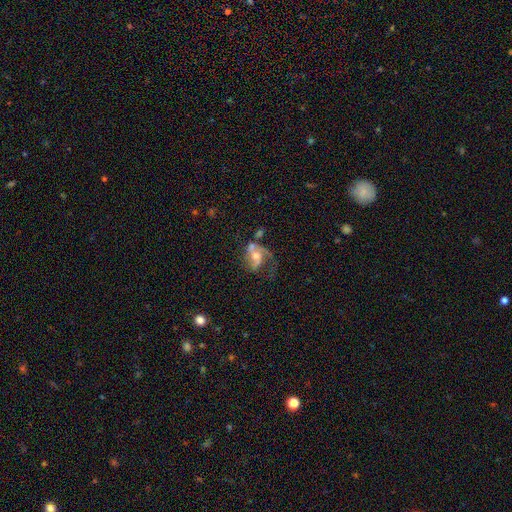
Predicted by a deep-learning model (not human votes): Q: Smooth or featured?
A: featured or disk (70%); runner-up: smooth (20%)
Q: Edge-on disk?
A: no (97%); runner-up: yes (3%)
Q: Bar?
A: no (55%); runner-up: weak (33%)
Q: Spiral arms?
A: yes (80%); runner-up: no (20%)
Q: Spiral winding?
A: loose (48%); runner-up: medium (38%)
Q: Spiral arm count?
A: 2 (45%); runner-up: 1 (41%)
Q: Bulge size?
A: moderate (60%); runner-up: small (24%)
Q: Merging?
A: major disturbance (32%); runner-up: none (28%)